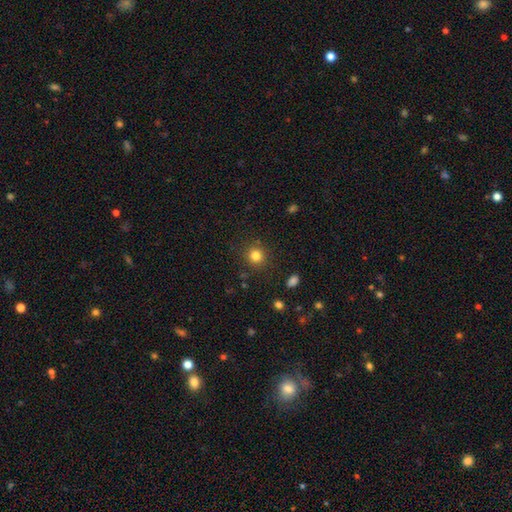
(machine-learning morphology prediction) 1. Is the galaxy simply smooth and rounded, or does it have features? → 82% smooth, 12% star or artifact, 6% featured or disk.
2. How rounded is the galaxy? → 91% round, 8% in between, 1% cigar-shaped.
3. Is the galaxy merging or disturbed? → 88% none, 7% minor disturbance, 3% major disturbance, 2% merger.